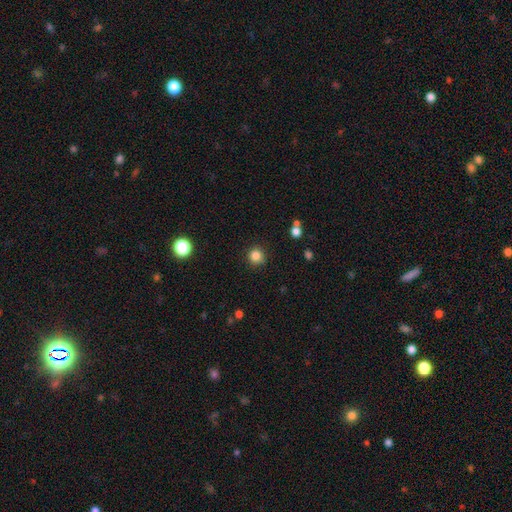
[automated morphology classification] smooth 84%, star or artifact 12%, featured or disk 4%. Down the decision tree: how rounded — round (93%); merging — none (88%).